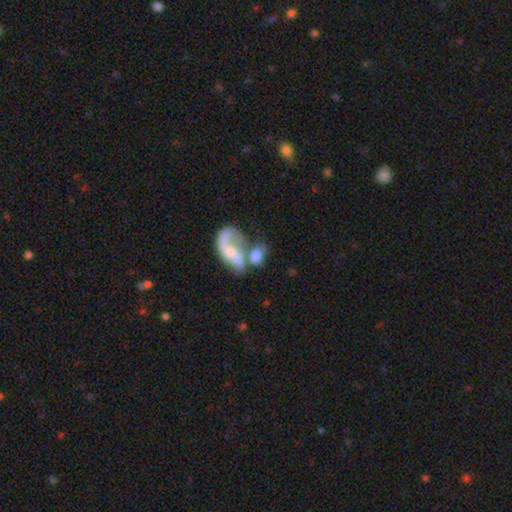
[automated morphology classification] type=smooth (52%); roundness=in between (79%); merging=merger (56%).